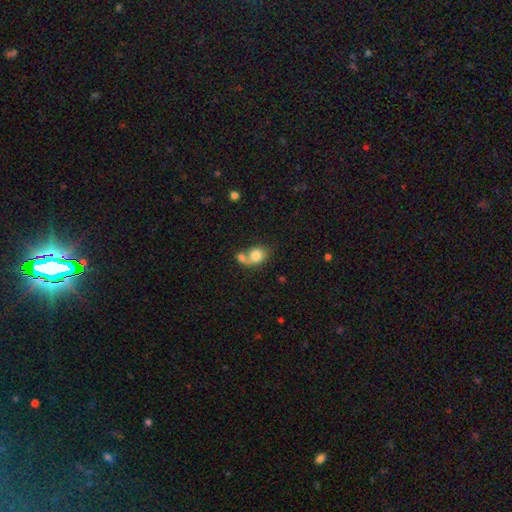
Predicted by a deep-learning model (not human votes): Smooth or featured? Predicted: smooth (p=0.79). How rounded? Predicted: round (p=0.57). Merging? Predicted: merger (p=0.56).